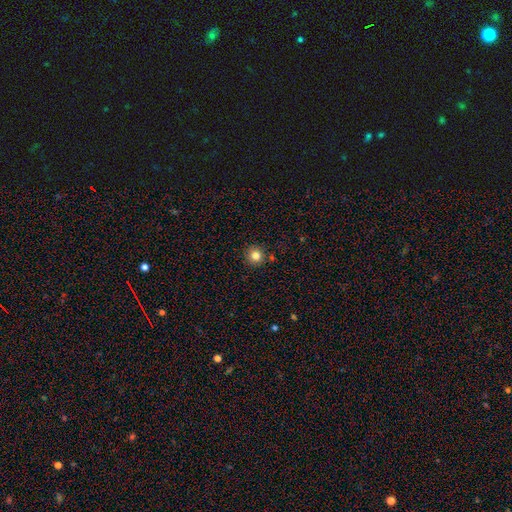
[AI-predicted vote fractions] The model was most divided on "smooth or featured": smooth: 82%, star or artifact: 12%, featured or disk: 6%. More confident: how rounded — round (92%); merging — none (88%).